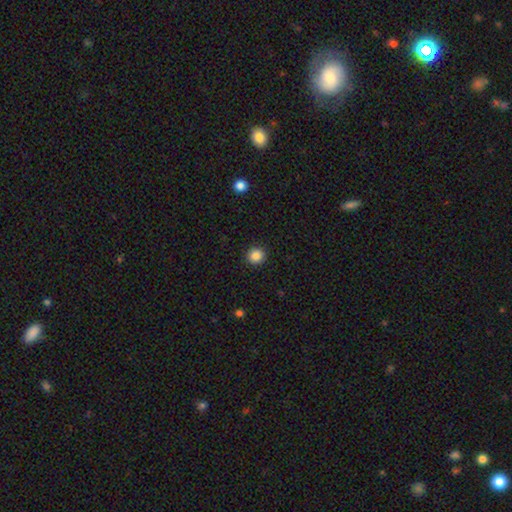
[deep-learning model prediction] Smooth or featured? Predicted: smooth (p=0.86). How rounded? Predicted: round (p=0.92). Merging? Predicted: none (p=0.92).